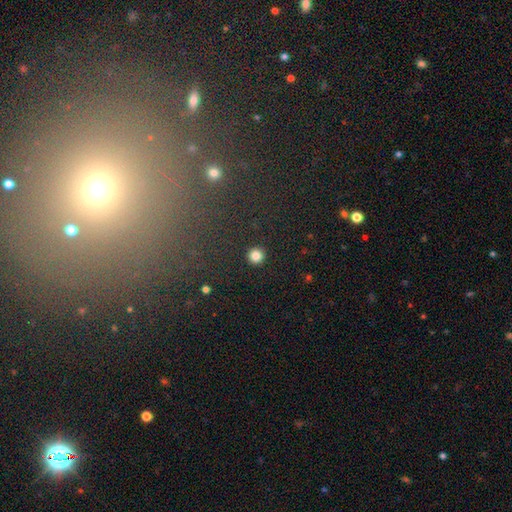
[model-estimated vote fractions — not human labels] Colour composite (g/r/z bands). It shows a smooth galaxy with no disk features (84%) that is round (96%). Merging: none (93%).